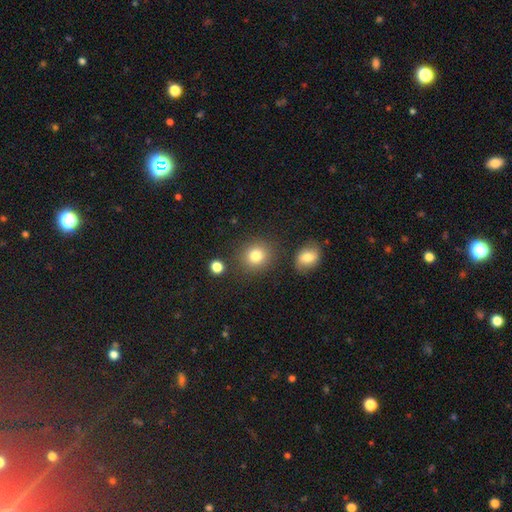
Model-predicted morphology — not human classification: Smooth or featured? smooth (82%)
How rounded? round (82%)
Merging? none (82%)